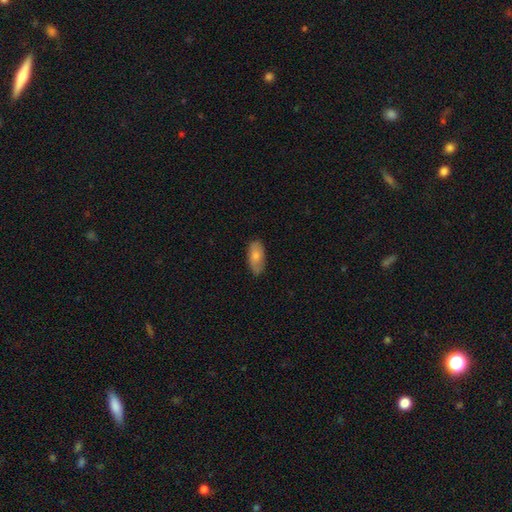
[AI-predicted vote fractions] A smooth galaxy with no disk features (76%) that is in between round and cigar-shaped (91%).

Vote fractions:
- Smooth or featured? smooth: 76% / featured or disk: 18% / star or artifact: 6%
- How rounded? in between: 91% / cigar-shaped: 6% / round: 3%
- Merging? none: 78% / minor disturbance: 18% / major disturbance: 3% / merger: 1%